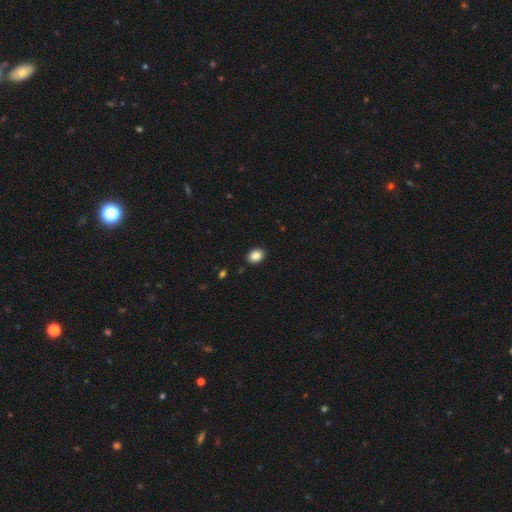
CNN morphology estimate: Smooth or featured?
  - smooth: 87% *
  - star or artifact: 9%
  - featured or disk: 4%
How rounded?
  - in between: 58% *
  - round: 41%
  - cigar-shaped: 1%
Merging?
  - none: 91% *
  - minor disturbance: 6%
  - major disturbance: 2%
  - merger: 1%